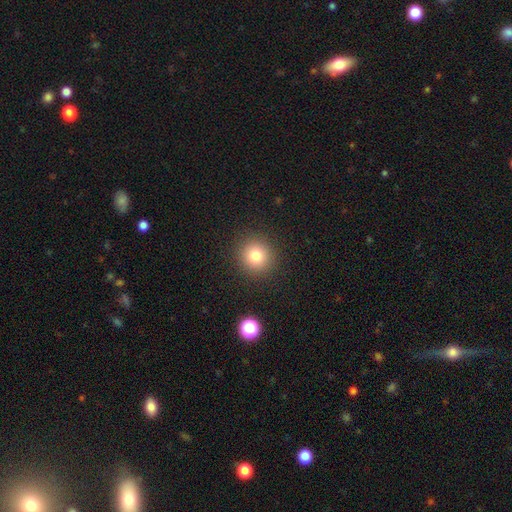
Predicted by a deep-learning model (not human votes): This is likely a smooth galaxy (79%). How rounded: clearly round (94%). Merging: clearly none (90%).